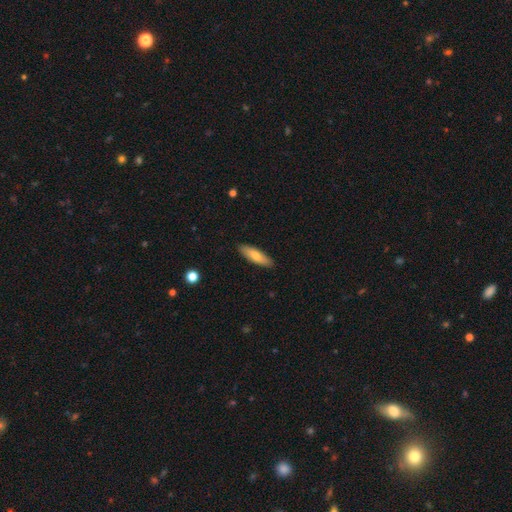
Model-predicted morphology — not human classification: Smooth or featured: smooth — 73% (featured or disk — 21%)
How rounded: cigar-shaped — 53% (in between — 45%)
Merging: none — 89% (minor disturbance — 8%)